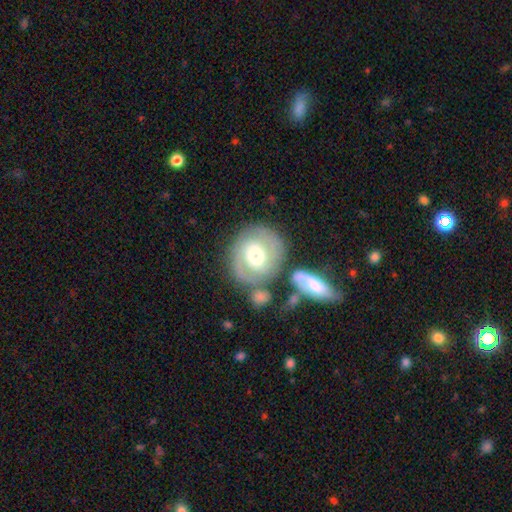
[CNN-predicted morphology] This appears to be a featured or disk galaxy (70%) with no bar (61%), 2 (70%) tight (61%) spiral arms (86%) and a moderate central bulge (71%). Merging: none (64%).